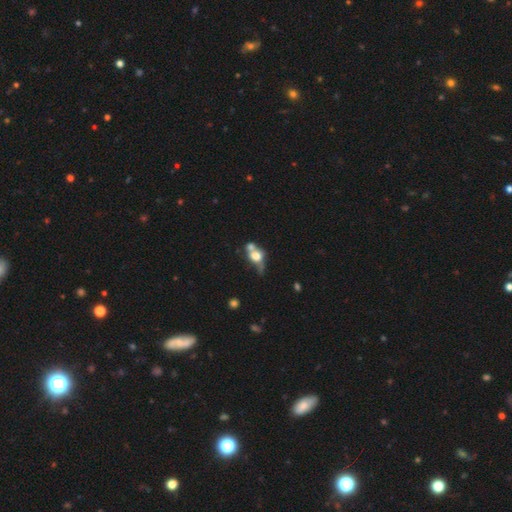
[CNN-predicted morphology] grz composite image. It shows a smooth galaxy with no disk features (58%) that is round (49%). Merging: merger (47%).